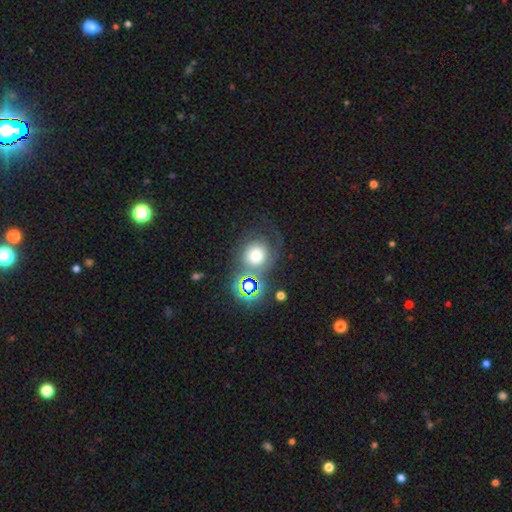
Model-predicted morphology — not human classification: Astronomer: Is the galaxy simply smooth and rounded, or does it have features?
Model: smooth — 54%.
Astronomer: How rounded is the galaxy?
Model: round — 80%.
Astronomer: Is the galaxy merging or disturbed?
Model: none — 45% (runner-up: major disturbance, 22%).